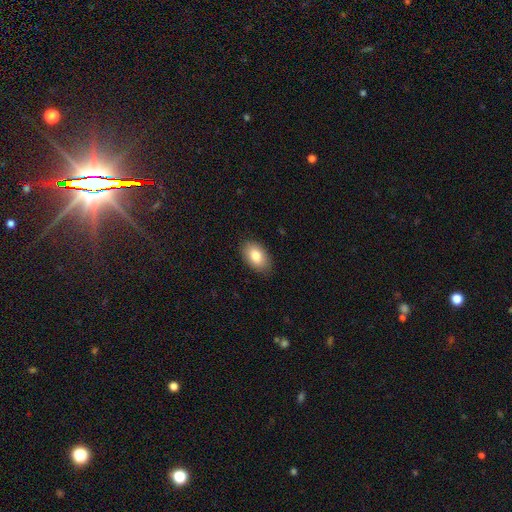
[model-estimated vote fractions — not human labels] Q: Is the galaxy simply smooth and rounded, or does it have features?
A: smooth — 83%.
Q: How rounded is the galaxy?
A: in between — 92%.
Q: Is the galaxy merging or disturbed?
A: none — 87%.